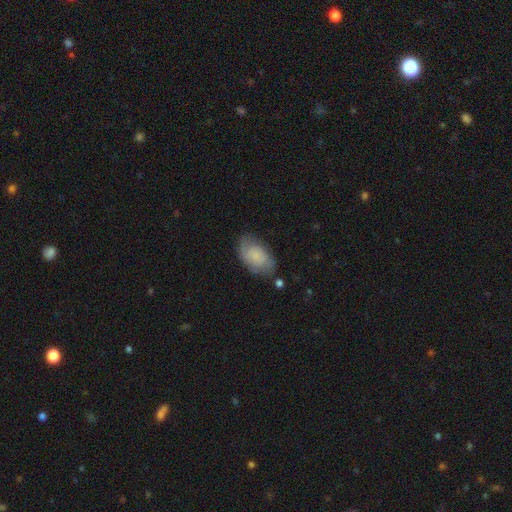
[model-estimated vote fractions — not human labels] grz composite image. It shows a smooth galaxy with no disk features (50%) that is in between round and cigar-shaped (91%). Merging: none (65%).